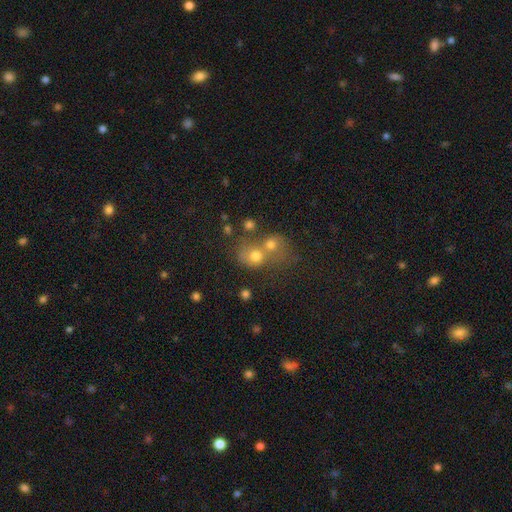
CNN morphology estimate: This appears to be a smooth galaxy with no disk features (67%) that is round (69%). Merging: merger (62%).